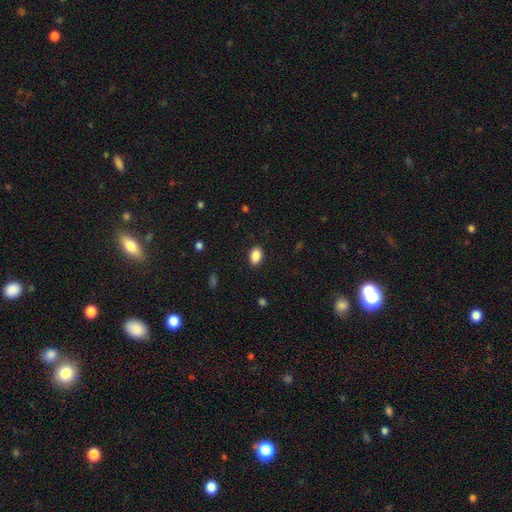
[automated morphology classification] A smooth galaxy with no disk features (88%) that is in between round and cigar-shaped (87%).

Vote fractions:
- Smooth or featured? smooth: 88% / star or artifact: 8% / featured or disk: 4%
- How rounded? in between: 87% / round: 12% / cigar-shaped: 1%
- Merging? none: 89% / minor disturbance: 8% / major disturbance: 2% / merger: 1%